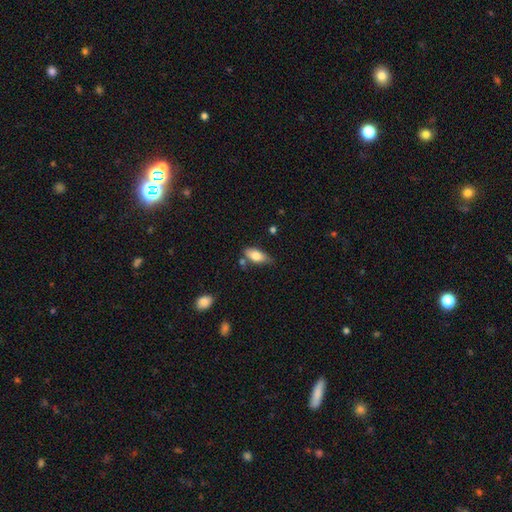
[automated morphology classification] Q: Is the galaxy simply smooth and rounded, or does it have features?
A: smooth — 77%.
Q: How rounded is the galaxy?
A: in between — 84%.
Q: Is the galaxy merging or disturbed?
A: none — 64%.